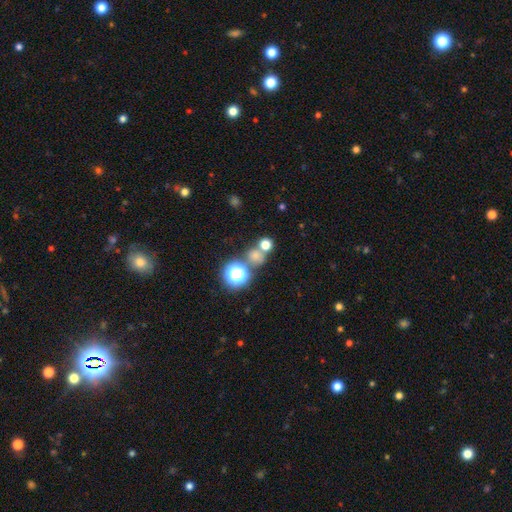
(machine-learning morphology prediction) Q: Smooth or featured?
A: smooth (63%); runner-up: star or artifact (29%)
Q: How rounded?
A: round (83%); runner-up: in between (15%)
Q: Merging?
A: none (59%); runner-up: merger (29%)